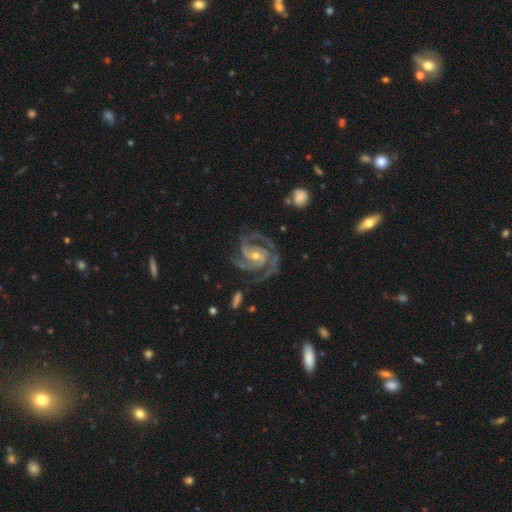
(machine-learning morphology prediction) type=featured or disk (94%); edge-on=no (98%); bar=no (43%); spiral arms=yes (99%); winding=tight (55%); arm count=3 (52%); bulge=small (54%); merging=none (71%).